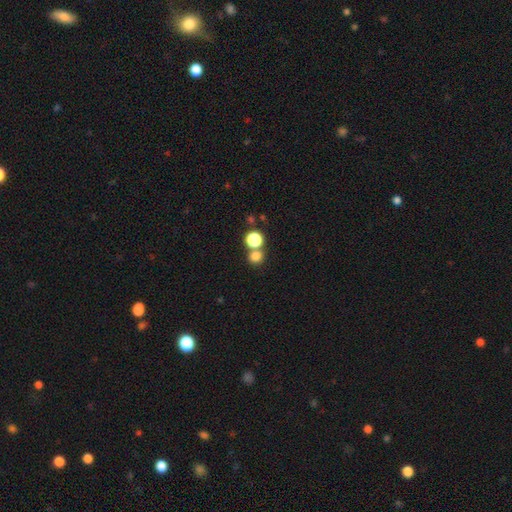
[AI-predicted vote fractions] Smooth or featured?
  - smooth: 76% *
  - star or artifact: 18%
  - featured or disk: 6%
How rounded?
  - round: 86% *
  - in between: 13%
  - cigar-shaped: 1%
Merging?
  - none: 64% *
  - merger: 26%
  - minor disturbance: 7%
  - major disturbance: 3%